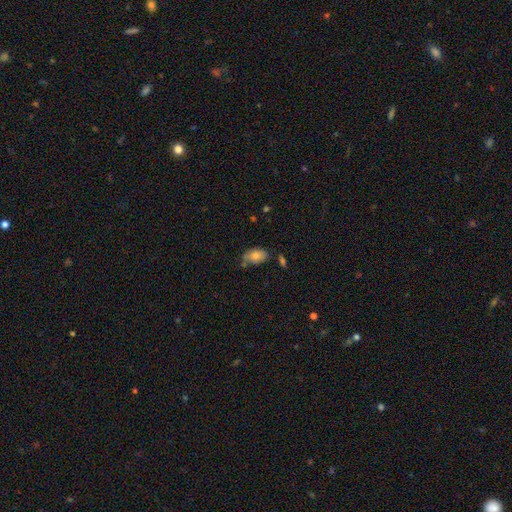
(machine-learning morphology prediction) Q: Smooth or featured?
A: smooth (75%); runner-up: featured or disk (17%)
Q: How rounded?
A: in between (89%); runner-up: round (9%)
Q: Merging?
A: none (57%); runner-up: minor disturbance (26%)